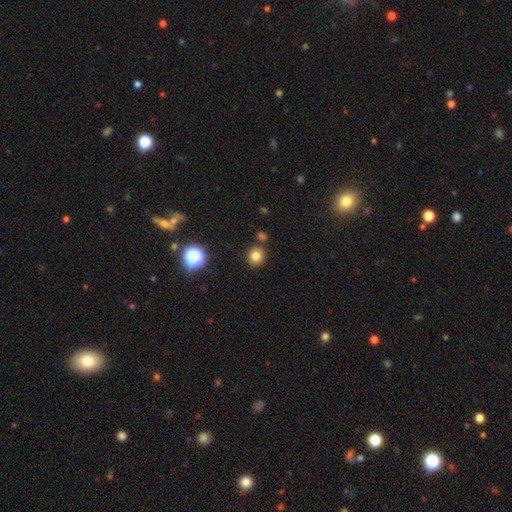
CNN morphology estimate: Smooth or featured: smooth — 78% (star or artifact — 15%)
How rounded: round — 87% (in between — 12%)
Merging: none — 82% (minor disturbance — 8%)